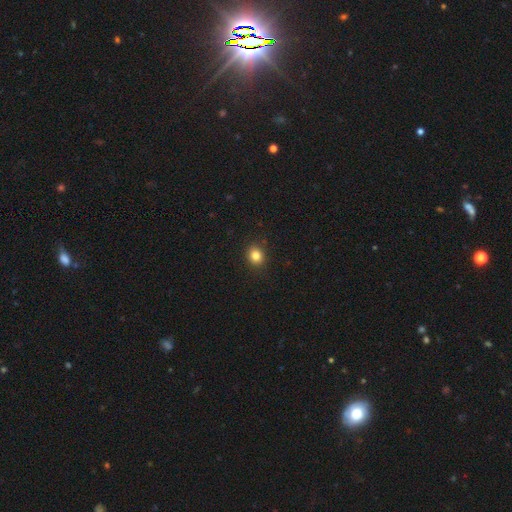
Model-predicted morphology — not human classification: This is clearly a smooth galaxy (83%). How rounded: likely round (69%). Merging: clearly none (89%).